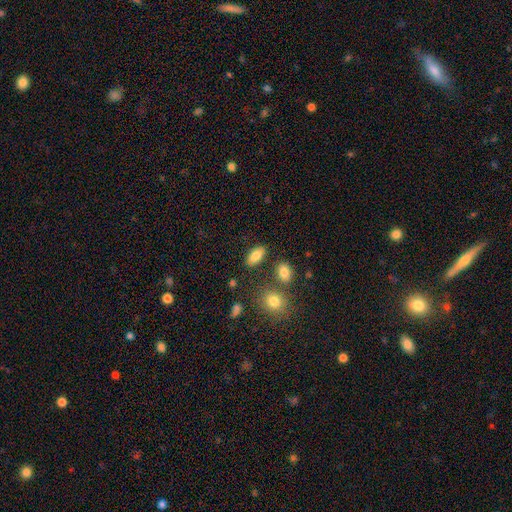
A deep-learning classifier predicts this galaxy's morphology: Smooth or featured?
  - smooth: 83% *
  - star or artifact: 9%
  - featured or disk: 8%
How rounded?
  - in between: 87% *
  - cigar-shaped: 9%
  - round: 5%
Merging?
  - none: 82% *
  - minor disturbance: 10%
  - merger: 5%
  - major disturbance: 3%